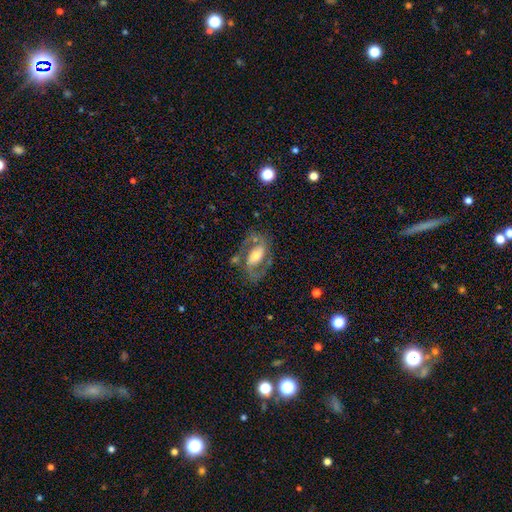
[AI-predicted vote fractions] Overall: featured or disk (81%). Edge-on disk: no (96%). Bar: weak (37%, tied with strong). Spiral arms: yes (91%). Spiral arm count: 2 (90%). Spiral winding: medium (56%; loose 24%). Bulge size: moderate (55%; small 22%). Merging: none (70%).